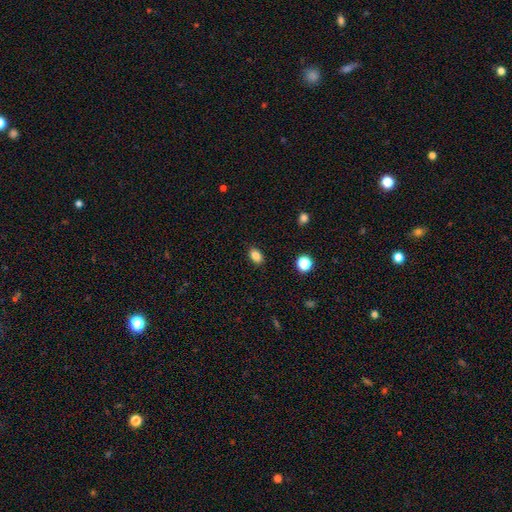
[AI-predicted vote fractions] Smooth or featured? Predicted: smooth (p=0.84). How rounded? Predicted: in between (p=0.81). Merging? Predicted: none (p=0.88).